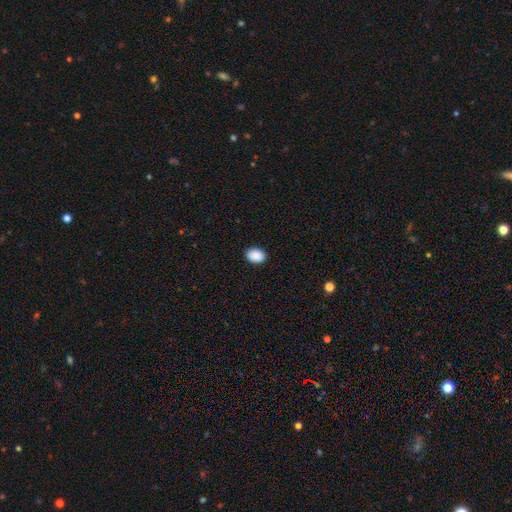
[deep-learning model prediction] This appears to be a smooth galaxy with no disk features (90%) that is in between round and cigar-shaped (73%). Merging: none (90%).